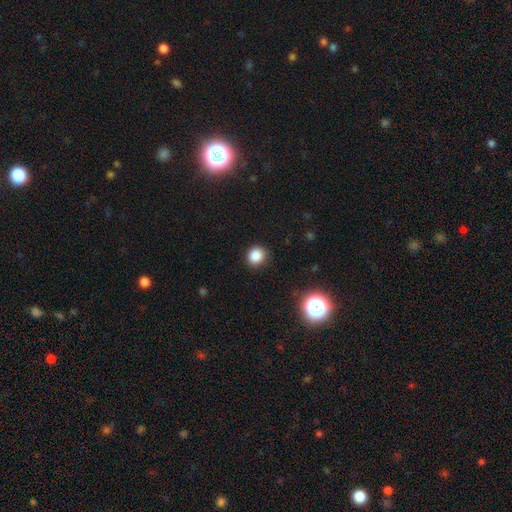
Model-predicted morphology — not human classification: Overall: smooth (85%). How rounded: round (85%). Merging: none (88%).